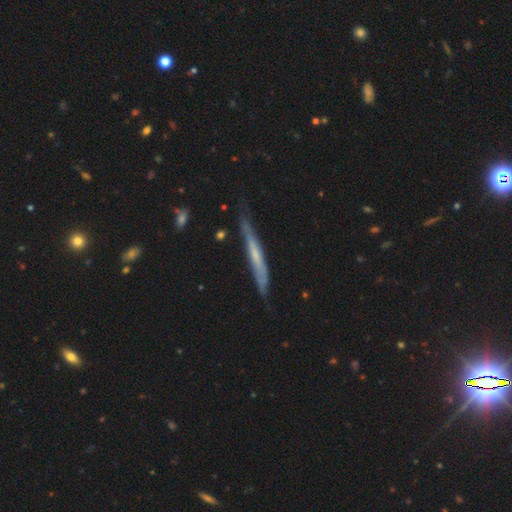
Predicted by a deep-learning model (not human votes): The model was most divided on "smooth or featured": featured or disk: 56%, smooth: 37%, star or artifact: 6%. More confident: edge-on disk — yes (89%); merging — none (68%).